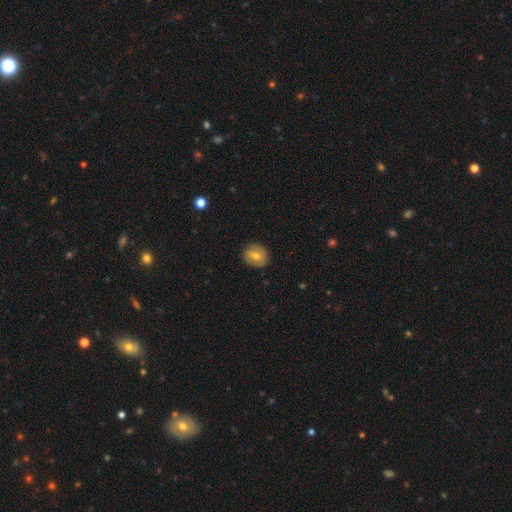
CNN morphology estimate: A smooth galaxy with no disk features (55%) that is round (75%). Merging: none (86%).